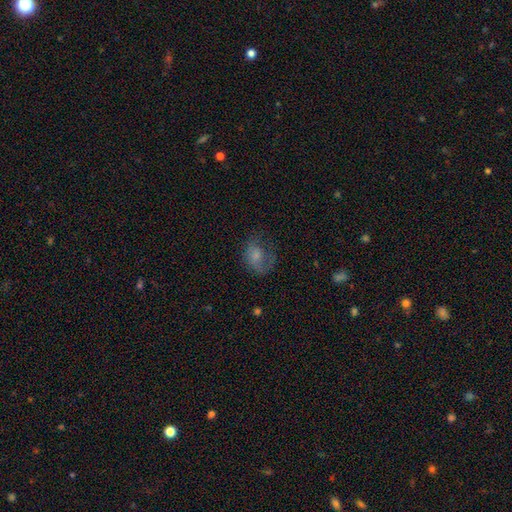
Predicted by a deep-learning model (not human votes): A smooth galaxy with no disk features (53%) that is in between round and cigar-shaped (61%).

Vote fractions:
- Smooth or featured? smooth: 53% / featured or disk: 36% / star or artifact: 11%
- How rounded? in between: 61% / round: 38% / cigar-shaped: 1%
- Merging? none: 39% / major disturbance: 35% / minor disturbance: 24% / merger: 2%